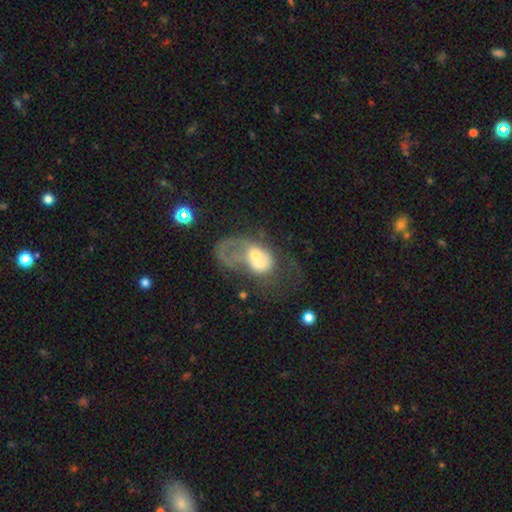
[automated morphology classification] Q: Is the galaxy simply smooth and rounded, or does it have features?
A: featured or disk — 54%.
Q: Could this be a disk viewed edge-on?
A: no — 96%.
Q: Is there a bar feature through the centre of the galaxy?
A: no — 78%.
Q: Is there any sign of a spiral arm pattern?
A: no — 61%.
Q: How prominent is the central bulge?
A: moderate — 48%.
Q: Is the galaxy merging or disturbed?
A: merger — 50%.